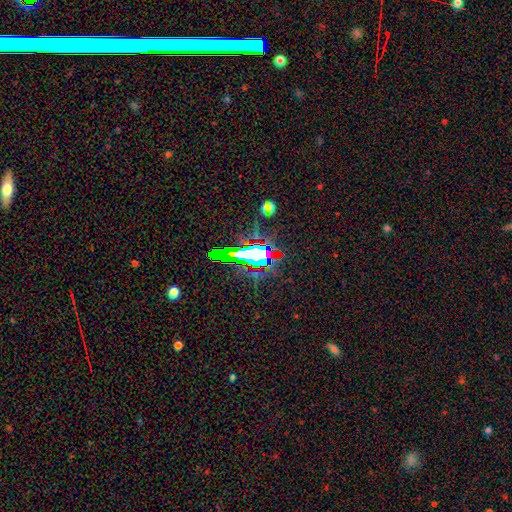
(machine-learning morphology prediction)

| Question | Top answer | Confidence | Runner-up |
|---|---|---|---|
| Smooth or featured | star or artifact | 64% | smooth (20%) |